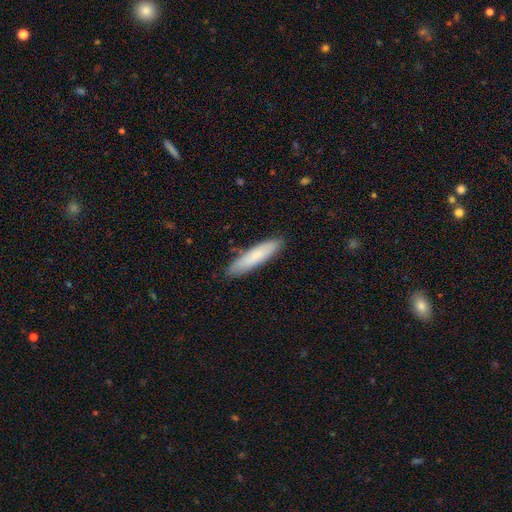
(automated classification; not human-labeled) The model was most divided on "smooth or featured": smooth: 78%, featured or disk: 17%, star or artifact: 6%. More confident: merging — none (86%); how rounded — cigar-shaped (80%).